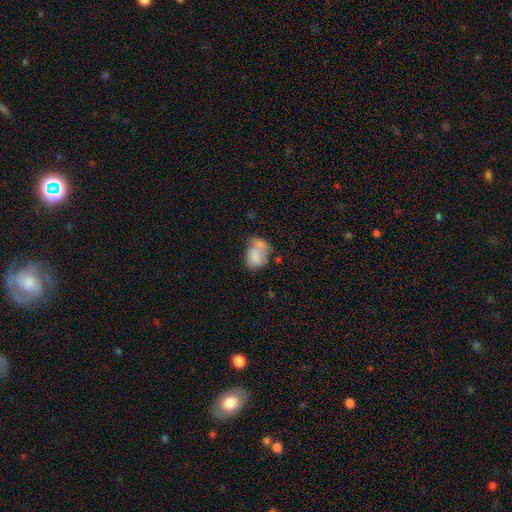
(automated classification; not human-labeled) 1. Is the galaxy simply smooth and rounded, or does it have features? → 71% smooth, 20% featured or disk, 8% star or artifact.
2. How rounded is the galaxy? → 71% in between, 28% round, 1% cigar-shaped.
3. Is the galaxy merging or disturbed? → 39% merger, 24% none, 20% minor disturbance, 18% major disturbance.